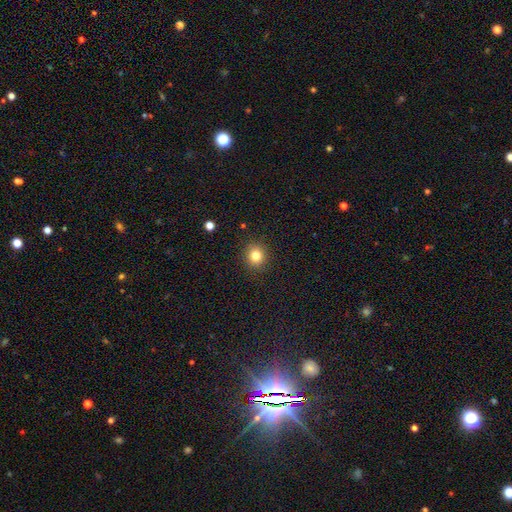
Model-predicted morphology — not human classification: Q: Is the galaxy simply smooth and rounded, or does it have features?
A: smooth — 82%.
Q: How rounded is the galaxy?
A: round — 86%.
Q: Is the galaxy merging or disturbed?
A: none — 91%.